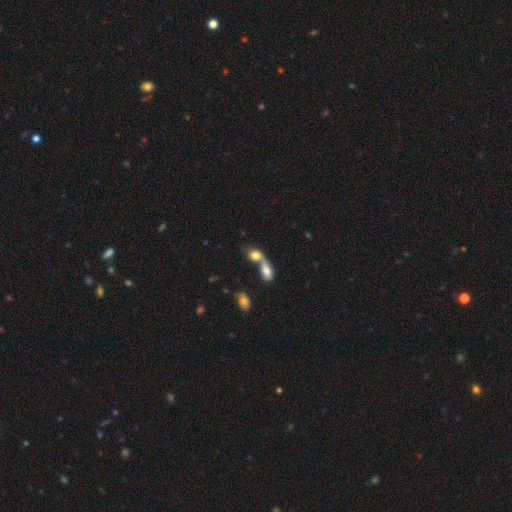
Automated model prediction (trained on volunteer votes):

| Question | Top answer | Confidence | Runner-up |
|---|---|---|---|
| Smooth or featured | smooth | 72% | featured or disk (19%) |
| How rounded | in between | 63% | round (32%) |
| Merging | merger | 76% | none (13%) |